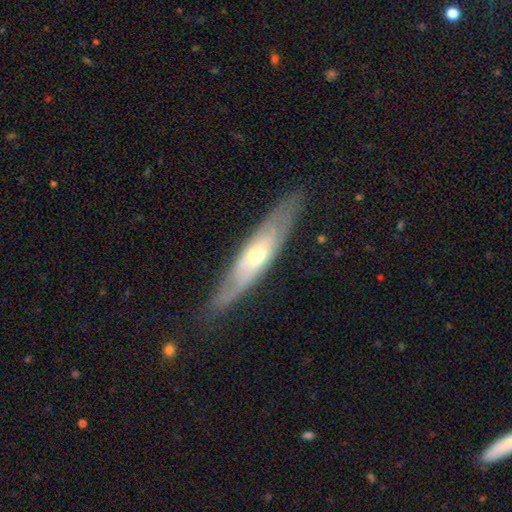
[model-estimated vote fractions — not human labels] A featured or disk galaxy (66%) viewed edge-on (51%).

Vote fractions:
- Smooth or featured? featured or disk: 66% / smooth: 28% / star or artifact: 6%
- Edge-on disk? yes: 51% / no: 49%
- Merging? none: 79% / minor disturbance: 16% / major disturbance: 4% / merger: 1%